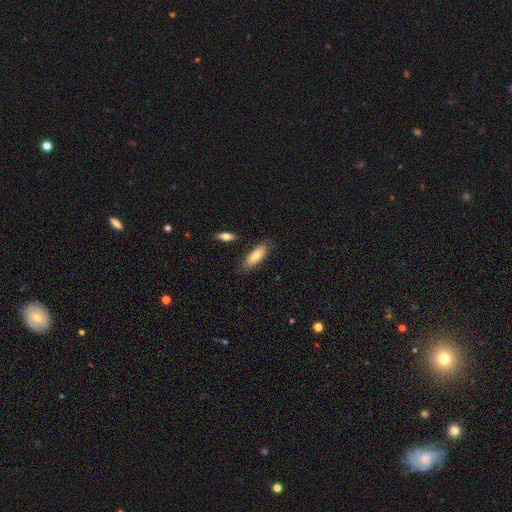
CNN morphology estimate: A smooth galaxy with no disk features (78%) that is in between round and cigar-shaped (68%). Merging: none (82%).